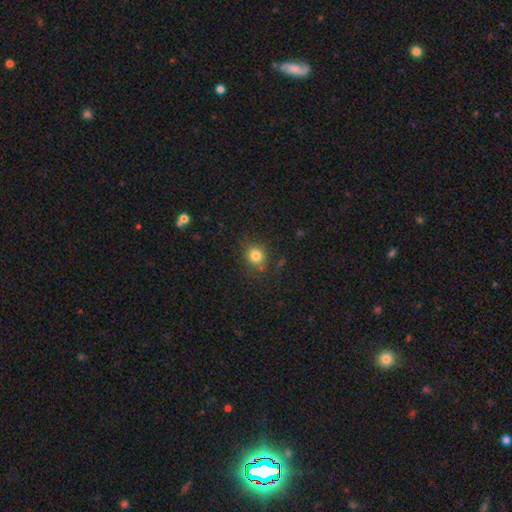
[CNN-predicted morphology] A smooth galaxy with no disk features (81%) that is round (80%).

Vote fractions:
- Smooth or featured? smooth: 81% / star or artifact: 13% / featured or disk: 6%
- How rounded? round: 80% / in between: 19% / cigar-shaped: 1%
- Merging? none: 81% / minor disturbance: 13% / major disturbance: 4% / merger: 3%